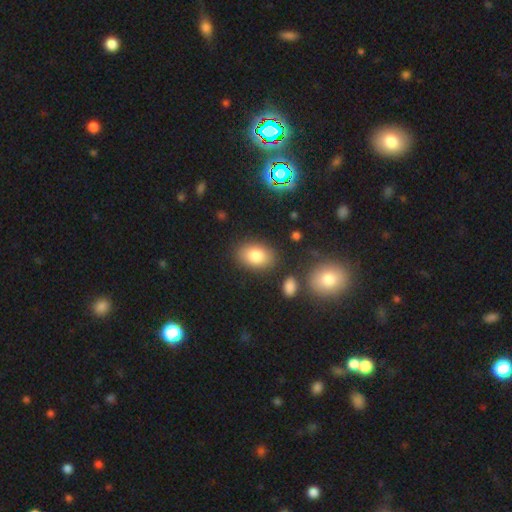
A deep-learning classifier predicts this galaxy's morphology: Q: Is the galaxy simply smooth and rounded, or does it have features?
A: smooth — 81%.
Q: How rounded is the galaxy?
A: in between — 83%.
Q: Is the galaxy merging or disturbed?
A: none — 83%.